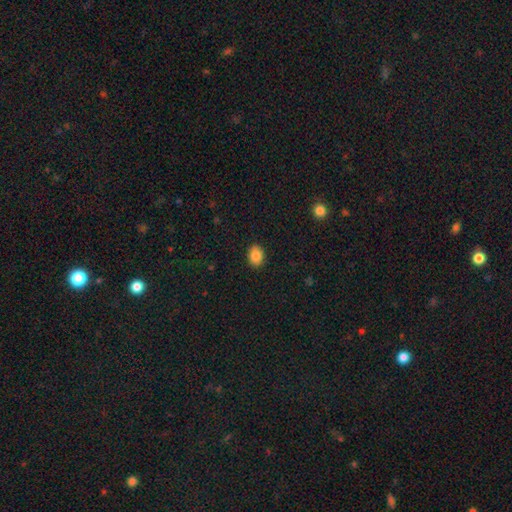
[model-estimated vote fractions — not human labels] This appears to be a smooth galaxy with no disk features (87%) that is in between round and cigar-shaped (61%). Merging: none (90%).